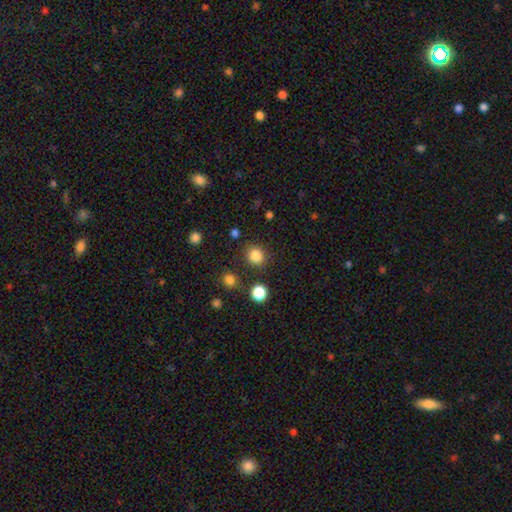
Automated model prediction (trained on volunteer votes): A smooth galaxy with no disk features (84%) that is round (86%). Merging: none (86%).